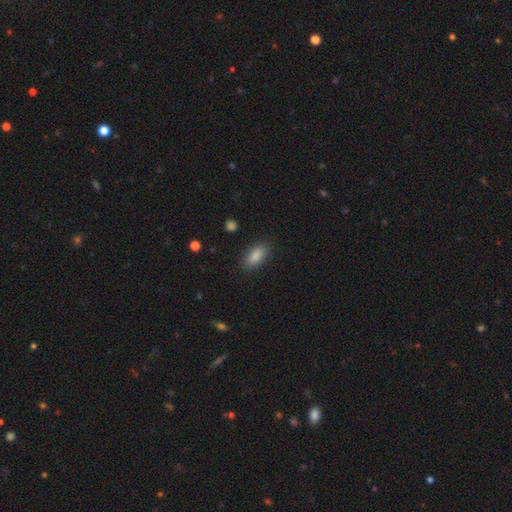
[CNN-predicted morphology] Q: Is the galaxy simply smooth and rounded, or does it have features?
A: smooth — 87%.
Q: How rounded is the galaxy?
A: in between — 88%.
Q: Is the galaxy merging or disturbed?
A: none — 87%.